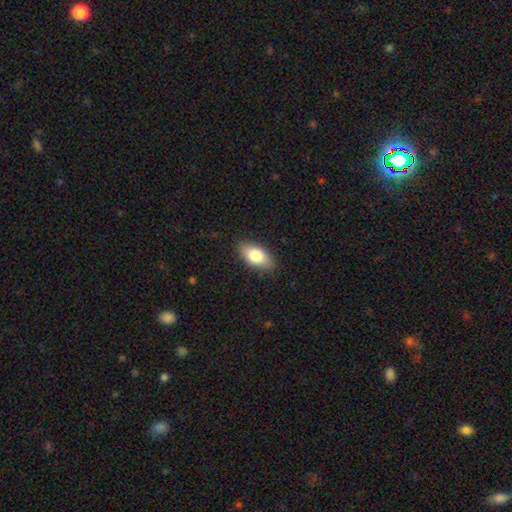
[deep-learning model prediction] A smooth galaxy with no disk features (78%) that is in between round and cigar-shaped (89%).

Vote fractions:
- Smooth or featured? smooth: 78% / featured or disk: 15% / star or artifact: 7%
- How rounded? in between: 89% / cigar-shaped: 6% / round: 4%
- Merging? none: 85% / minor disturbance: 11% / major disturbance: 2% / merger: 1%